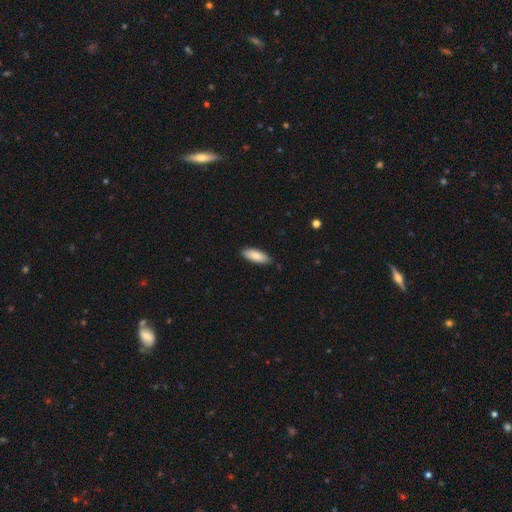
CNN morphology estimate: This appears to be a smooth galaxy with no disk features (85%) that is in between round and cigar-shaped (71%). Merging: none (86%).